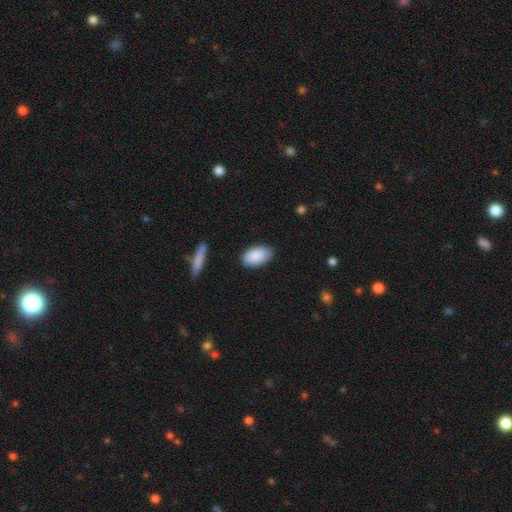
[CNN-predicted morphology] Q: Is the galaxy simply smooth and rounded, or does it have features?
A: smooth — 89%.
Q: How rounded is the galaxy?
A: in between — 94%.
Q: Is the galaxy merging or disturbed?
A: none — 84%.